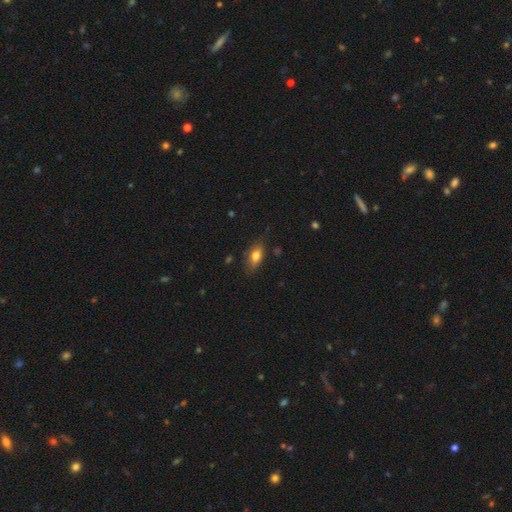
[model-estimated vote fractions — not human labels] Smooth or featured? smooth (75%)
How rounded? in between (83%)
Merging? none (73%)